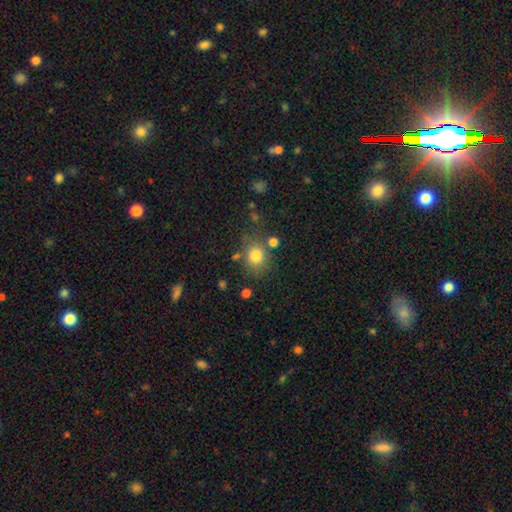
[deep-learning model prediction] A smooth galaxy with no disk features (80%) that is round (69%). Merging: none (71%).